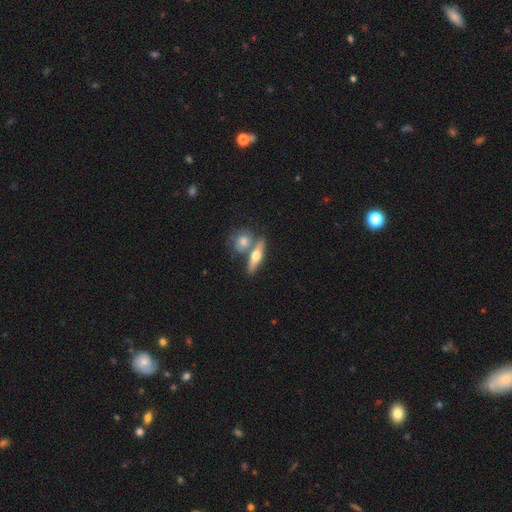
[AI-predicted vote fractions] Smooth or featured? Predicted: featured or disk (p=0.54). Edge-on disk? Predicted: yes (p=0.88). Merging? Predicted: none (p=0.56).